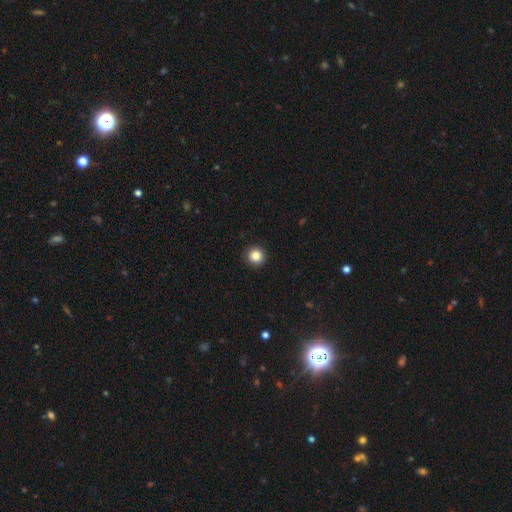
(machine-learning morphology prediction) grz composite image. It shows a smooth galaxy with no disk features (86%) that is round (95%). Merging: none (93%).